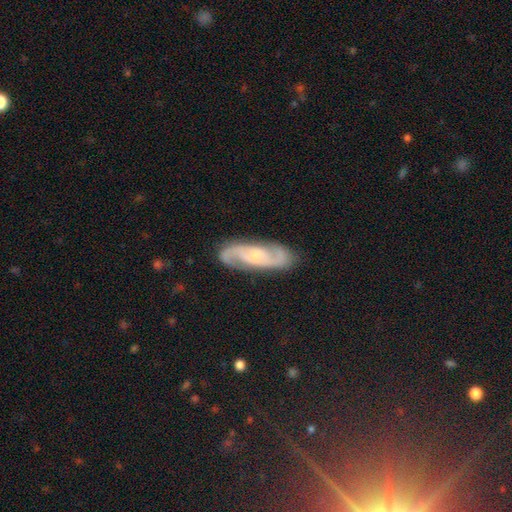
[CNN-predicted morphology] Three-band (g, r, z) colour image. It shows a featured or disk galaxy (85%) with no bar (48%), 2 (91%) medium (50%) spiral arms (97%) and a small central bulge (42%). Merging: none (85%).